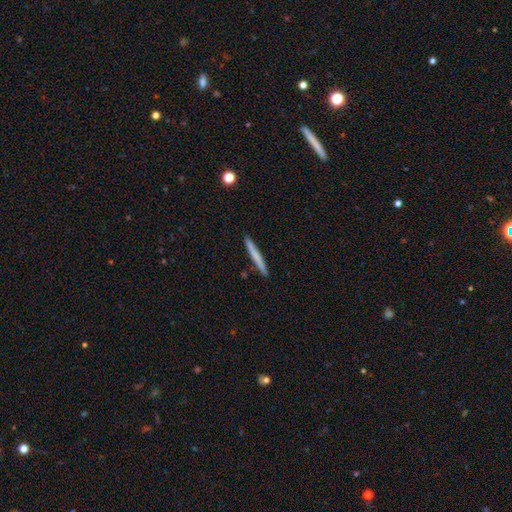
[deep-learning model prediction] smooth 68%, featured or disk 27%, star or artifact 5%. Down the decision tree: how rounded — cigar-shaped (97%); merging — none (91%).